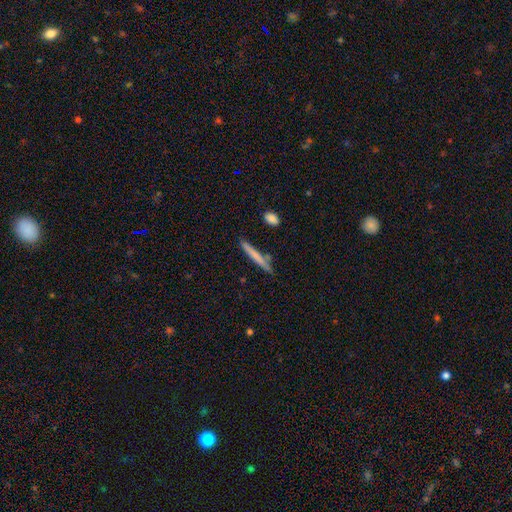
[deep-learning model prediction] Q: Smooth or featured?
A: smooth (67%); runner-up: featured or disk (27%)
Q: How rounded?
A: cigar-shaped (96%); runner-up: in between (3%)
Q: Merging?
A: none (83%); runner-up: minor disturbance (11%)